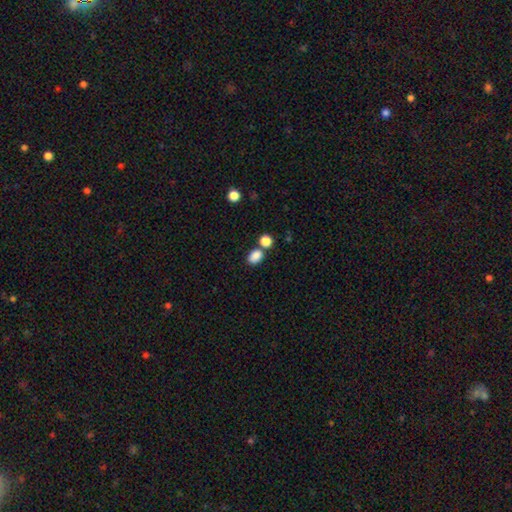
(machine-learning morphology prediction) type=smooth (85%); roundness=in between (74%); merging=none (66%).